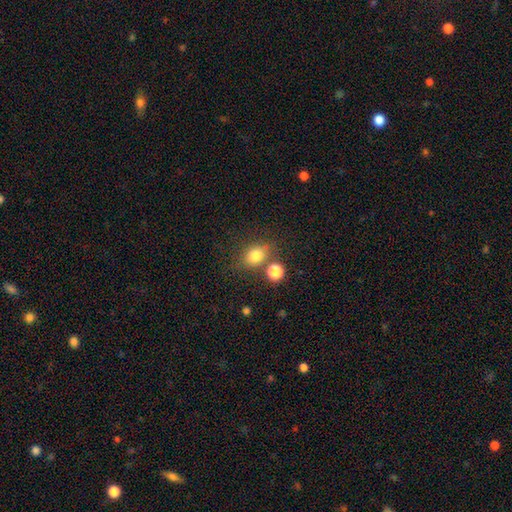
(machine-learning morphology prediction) type=smooth (78%); roundness=in between (53%); merging=none (66%).